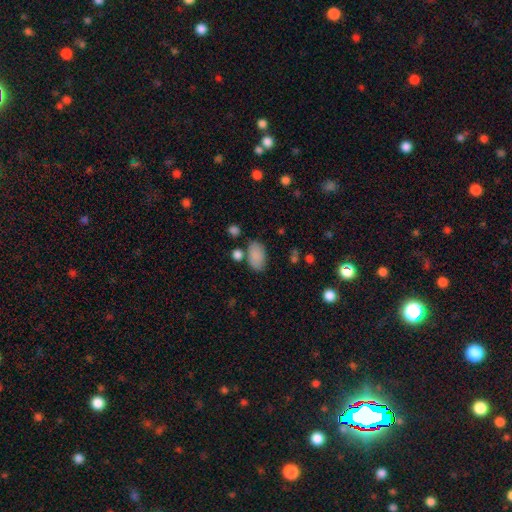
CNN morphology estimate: A smooth galaxy with no disk features (87%) that is in between round and cigar-shaped (93%).

Vote fractions:
- Smooth or featured? smooth: 87% / star or artifact: 8% / featured or disk: 6%
- How rounded? in between: 93% / round: 6% / cigar-shaped: 2%
- Merging? none: 71% / minor disturbance: 15% / merger: 10% / major disturbance: 5%